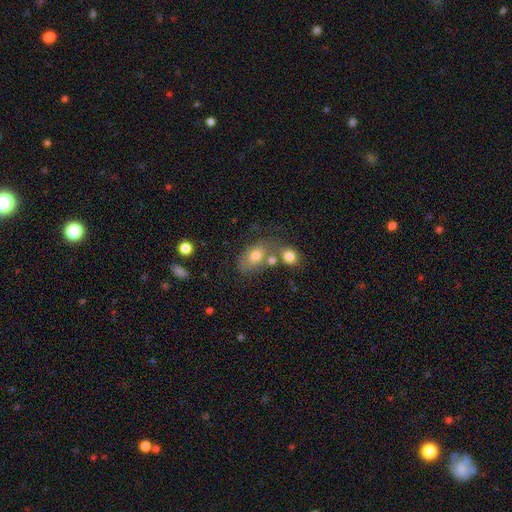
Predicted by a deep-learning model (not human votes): The model was most divided on "merging": none: 44%, merger: 30%, minor disturbance: 17%, major disturbance: 8%. More confident: how rounded — in between (81%); smooth or featured — smooth (73%).